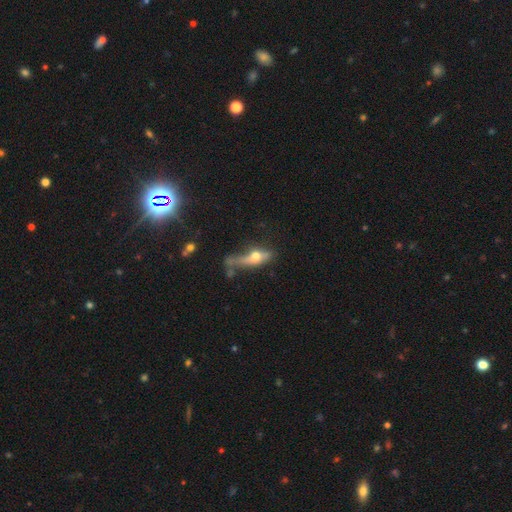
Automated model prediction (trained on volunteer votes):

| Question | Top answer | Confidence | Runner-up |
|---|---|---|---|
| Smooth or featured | featured or disk | 45% | tied: smooth (45%) |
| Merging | major disturbance | 31% | none (30%) |